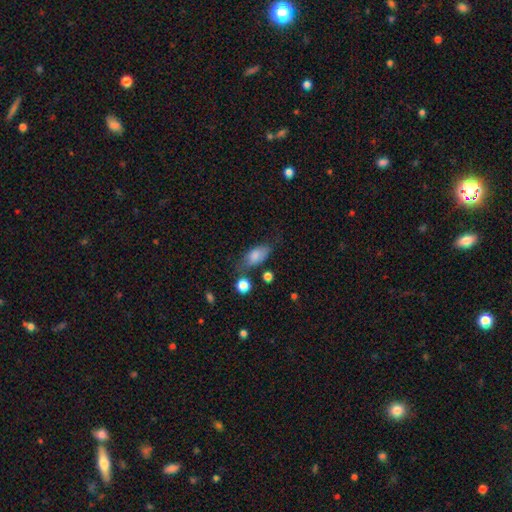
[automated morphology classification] The model was most divided on "merging": none: 54%, minor disturbance: 28%, major disturbance: 11%, merger: 8%. More confident: how rounded — in between (85%); smooth or featured — smooth (80%).